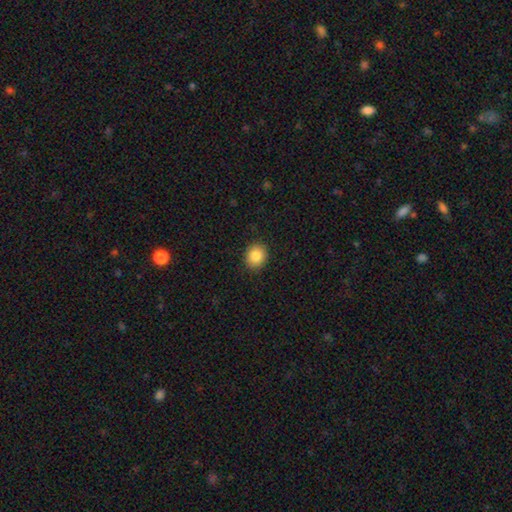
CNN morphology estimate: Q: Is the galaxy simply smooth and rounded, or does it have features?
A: smooth — 85%.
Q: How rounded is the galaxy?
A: round — 69%.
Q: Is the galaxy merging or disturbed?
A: none — 90%.